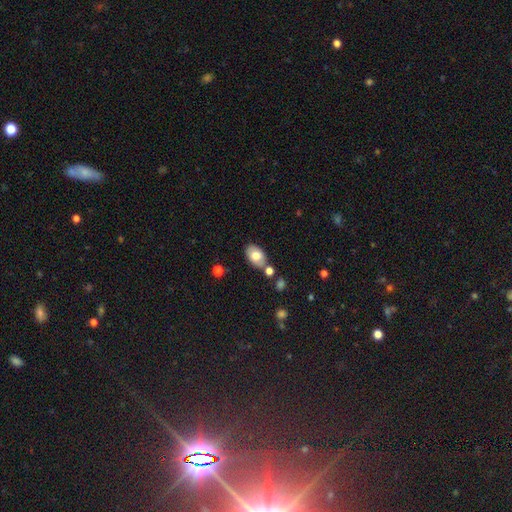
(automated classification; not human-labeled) Q: Smooth or featured?
A: smooth (75%); runner-up: featured or disk (18%)
Q: How rounded?
A: in between (90%); runner-up: round (9%)
Q: Merging?
A: none (71%); runner-up: minor disturbance (14%)